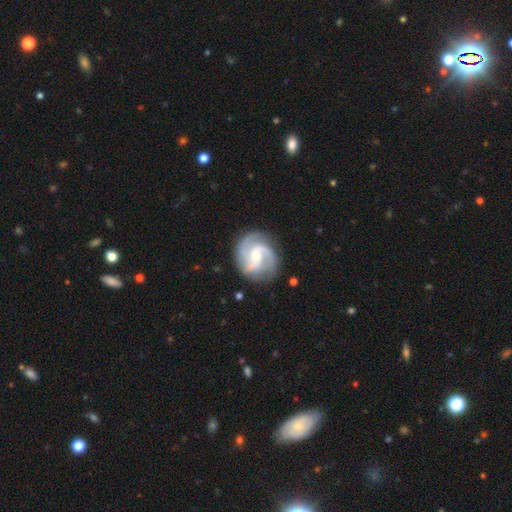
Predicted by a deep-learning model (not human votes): Smooth or featured? Predicted: featured or disk (p=0.90). Edge-on disk? Predicted: no (p=0.98). Bar? Predicted: weak (p=0.45). Spiral arms? Predicted: yes (p=0.98). Spiral winding? Predicted: medium (p=0.55). Spiral arm count? Predicted: 3 (p=0.45). Bulge size? Predicted: small (p=0.53). Merging? Predicted: none (p=0.80).